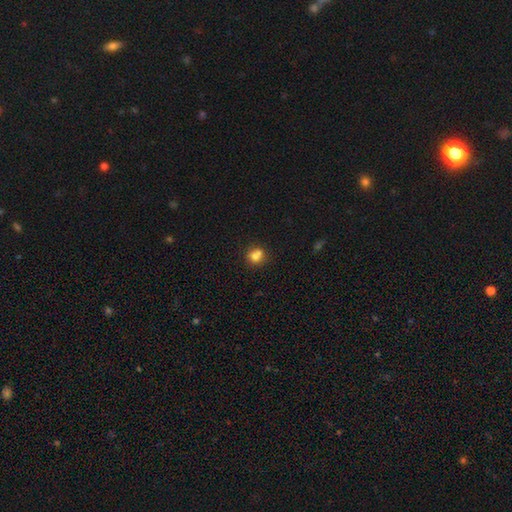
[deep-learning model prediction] Q: Smooth or featured?
A: smooth (76%); runner-up: featured or disk (12%)
Q: How rounded?
A: round (71%); runner-up: in between (28%)
Q: Merging?
A: none (49%); runner-up: merger (34%)